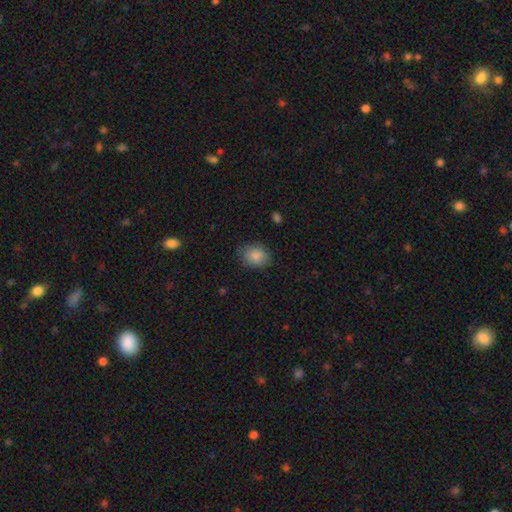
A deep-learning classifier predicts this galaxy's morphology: Smooth or featured: smooth — 87% (star or artifact — 8%)
How rounded: in between — 53% (round — 46%)
Merging: none — 81% (minor disturbance — 14%)